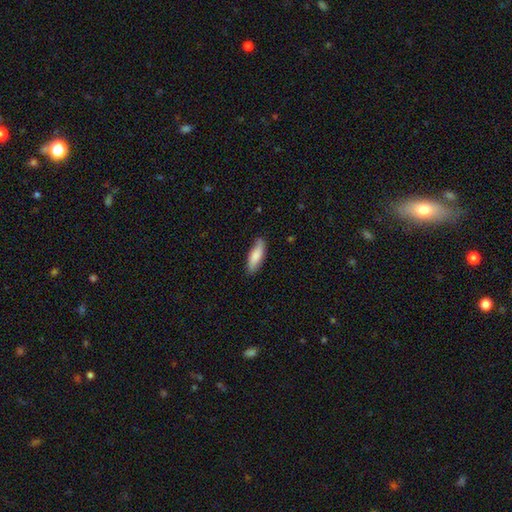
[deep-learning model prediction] A smooth galaxy with no disk features (80%) that is in between round and cigar-shaped (56%). Merging: none (82%).